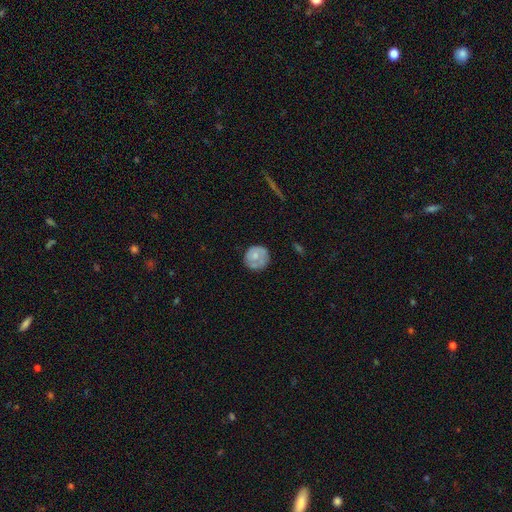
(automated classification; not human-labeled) Morphology: type=smooth (61%); roundness=round (88%); merging=none (67%).